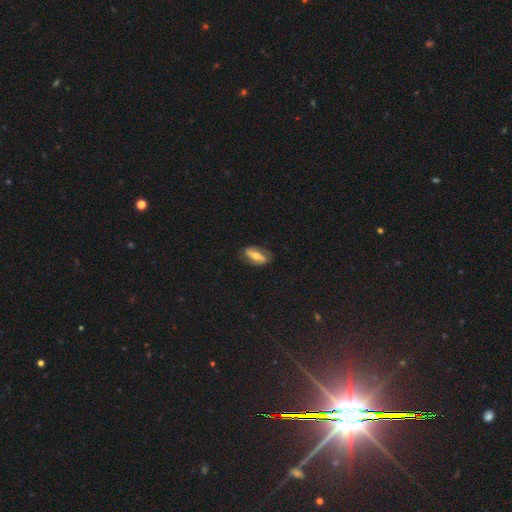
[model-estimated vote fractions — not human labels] The model was most divided on "smooth or featured": featured or disk: 58%, smooth: 35%, star or artifact: 7%. More confident: edge-on disk — no (86%); merging — none (76%).